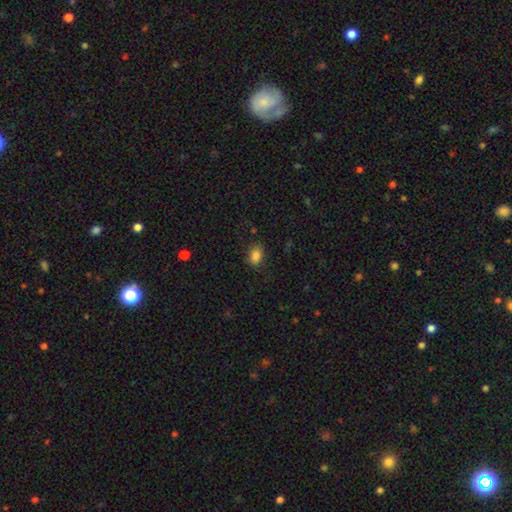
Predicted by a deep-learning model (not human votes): Smooth or featured?
  - smooth: 85% *
  - star or artifact: 10%
  - featured or disk: 5%
How rounded?
  - in between: 76% *
  - round: 23%
  - cigar-shaped: 1%
Merging?
  - none: 81% *
  - minor disturbance: 14%
  - major disturbance: 4%
  - merger: 1%